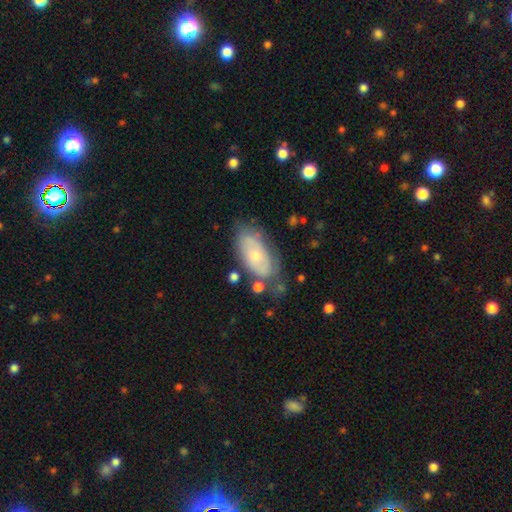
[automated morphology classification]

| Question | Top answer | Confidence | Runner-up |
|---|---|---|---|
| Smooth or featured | smooth | 50% | featured or disk (44%) |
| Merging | none | 60% | minor disturbance (25%) |